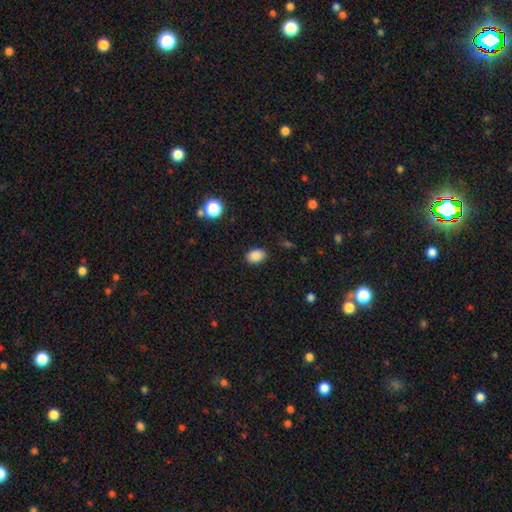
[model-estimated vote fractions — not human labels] A smooth galaxy with no disk features (88%) that is in between round and cigar-shaped (78%). Merging: none (87%).